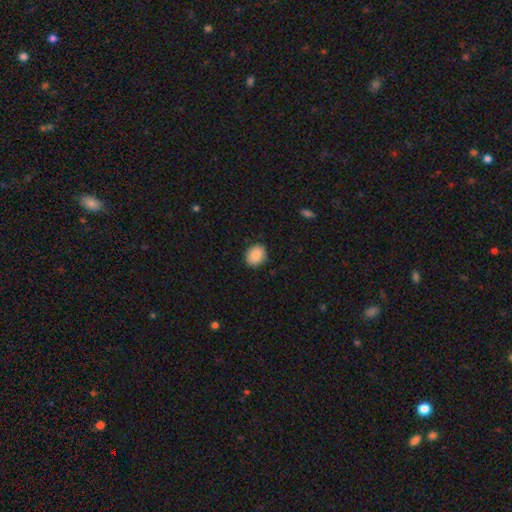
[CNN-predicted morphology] type=smooth (89%); roundness=in between (52%); merging=none (88%).